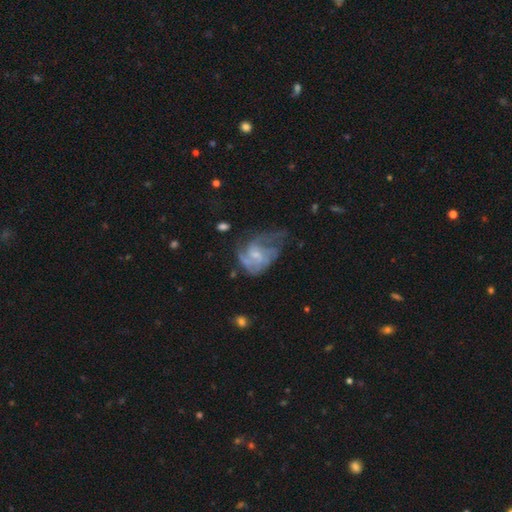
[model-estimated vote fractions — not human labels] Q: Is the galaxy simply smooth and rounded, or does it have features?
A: featured or disk — 74%.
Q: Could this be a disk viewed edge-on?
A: no — 98%.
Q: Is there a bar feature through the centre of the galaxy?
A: no — 58%.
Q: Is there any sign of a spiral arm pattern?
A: yes — 80%.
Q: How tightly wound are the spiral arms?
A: medium — 42%.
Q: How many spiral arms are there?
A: can't tell — 40%.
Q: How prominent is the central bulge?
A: small — 56%.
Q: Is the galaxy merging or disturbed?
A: major disturbance — 42%.